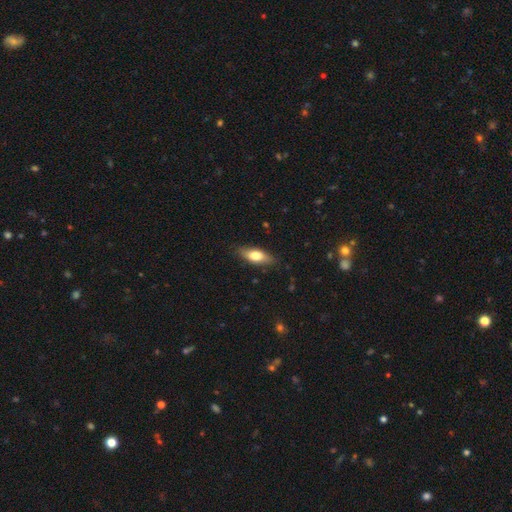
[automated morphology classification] Q: Smooth or featured?
A: smooth (68%); runner-up: featured or disk (26%)
Q: How rounded?
A: in between (70%); runner-up: cigar-shaped (27%)
Q: Merging?
A: none (84%); runner-up: minor disturbance (13%)